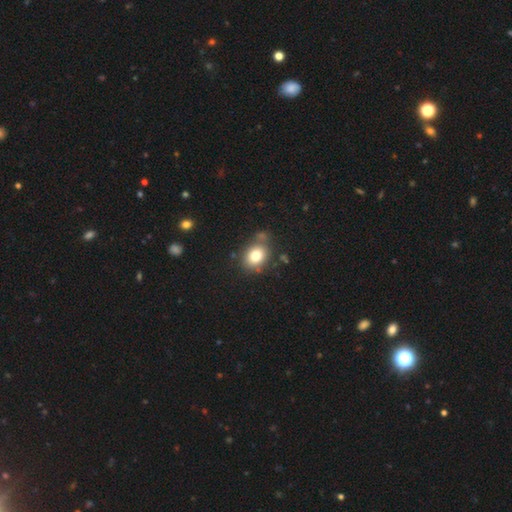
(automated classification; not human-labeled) smooth 78%, featured or disk 11%, star or artifact 11%. Down the decision tree: how rounded — round (51%); merging — none (71%).